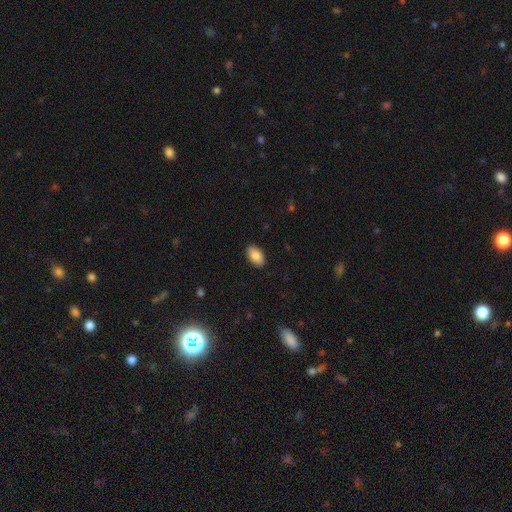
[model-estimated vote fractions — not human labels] Smooth or featured?
  - smooth: 88% *
  - star or artifact: 7%
  - featured or disk: 5%
How rounded?
  - in between: 93% *
  - round: 5%
  - cigar-shaped: 1%
Merging?
  - none: 89% *
  - minor disturbance: 8%
  - major disturbance: 2%
  - merger: 1%